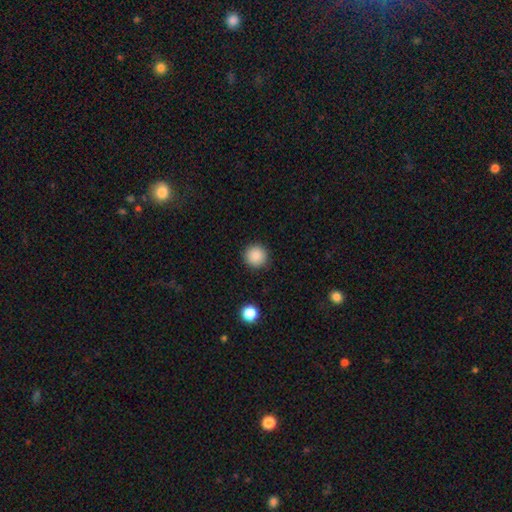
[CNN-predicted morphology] type=smooth (87%); roundness=round (96%); merging=none (92%).